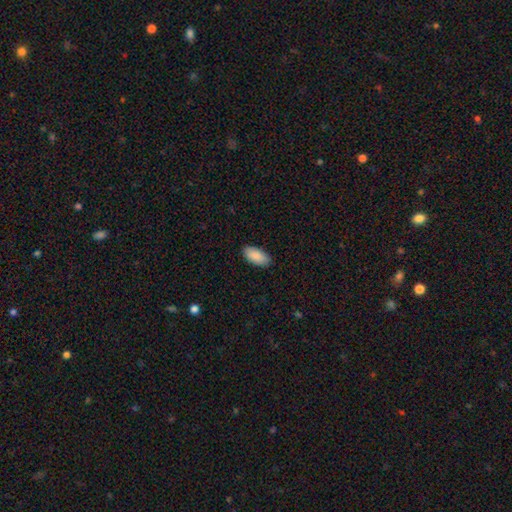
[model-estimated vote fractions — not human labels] Smooth or featured?
  - smooth: 90% *
  - star or artifact: 6%
  - featured or disk: 4%
How rounded?
  - in between: 93% *
  - cigar-shaped: 6%
  - round: 2%
Merging?
  - none: 88% *
  - minor disturbance: 9%
  - major disturbance: 2%
  - merger: 1%